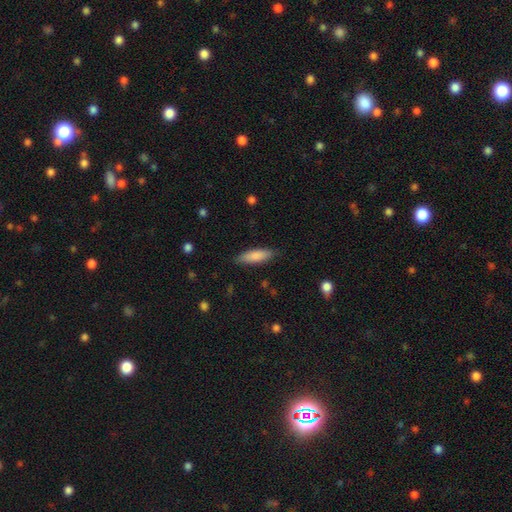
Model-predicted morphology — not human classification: This appears to be a smooth galaxy with no disk features (83%) that is cigar-shaped (49%, tied with in between). Merging: none (83%).